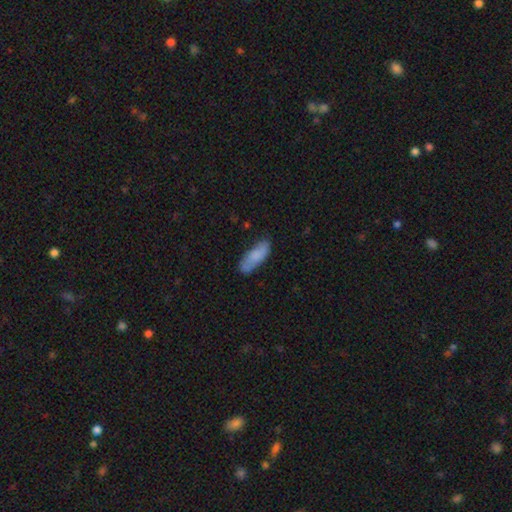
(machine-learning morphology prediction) smooth-or-featured: smooth: 78% | featured or disk: 16% | star or artifact: 6%
  how-rounded: in between: 66% | cigar-shaped: 33% | round: 2%
  merging: none: 74% | minor disturbance: 20% | major disturbance: 4% | merger: 2%